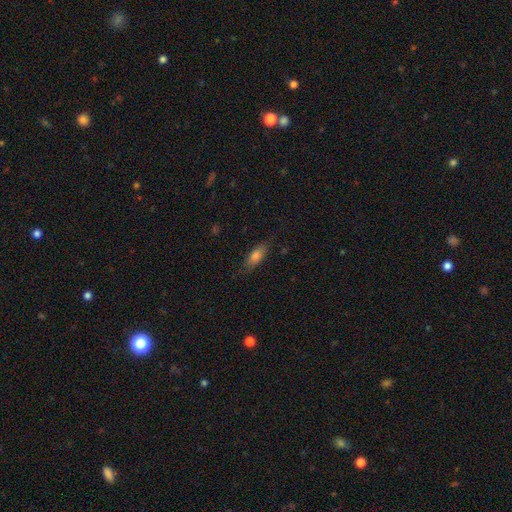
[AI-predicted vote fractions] Morphology: type=smooth (71%); roundness=in between (65%); merging=none (78%).